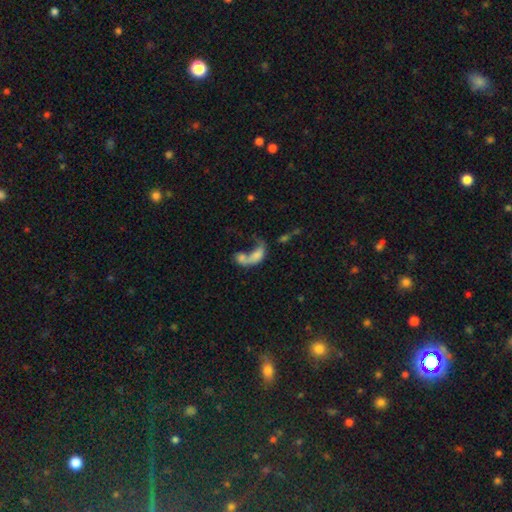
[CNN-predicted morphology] smooth-or-featured: smooth: 55% | featured or disk: 34% | star or artifact: 11%
  how-rounded: in between: 78% | round: 12% | cigar-shaped: 10%
  merging: merger: 57% | major disturbance: 23% | none: 14% | minor disturbance: 7%